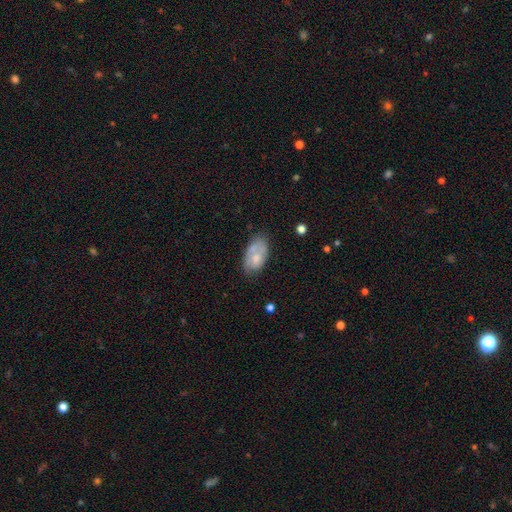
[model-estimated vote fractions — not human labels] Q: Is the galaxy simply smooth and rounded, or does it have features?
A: smooth — 59%.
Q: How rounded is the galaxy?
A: in between — 92%.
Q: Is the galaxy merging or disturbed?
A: none — 55%.